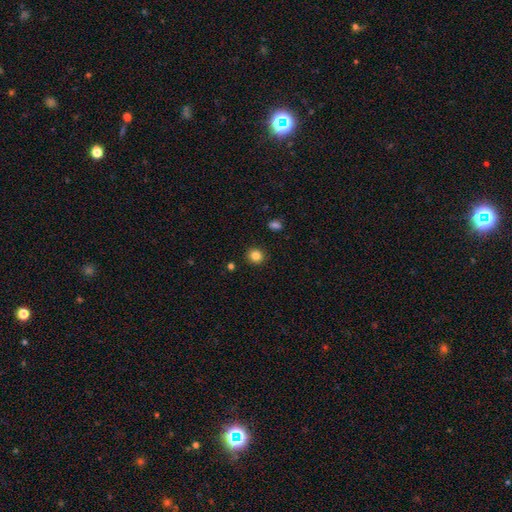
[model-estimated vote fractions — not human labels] Overall: smooth (84%). How rounded: round (89%). Merging: none (91%).